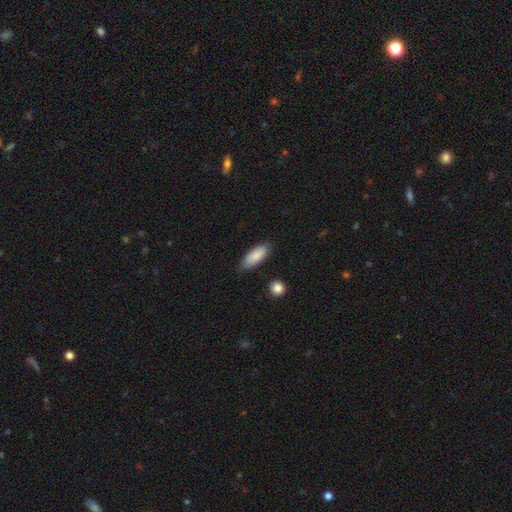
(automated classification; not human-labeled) Smooth or featured: smooth — 87% (featured or disk — 7%)
How rounded: in between — 74% (cigar-shaped — 24%)
Merging: none — 81% (minor disturbance — 14%)